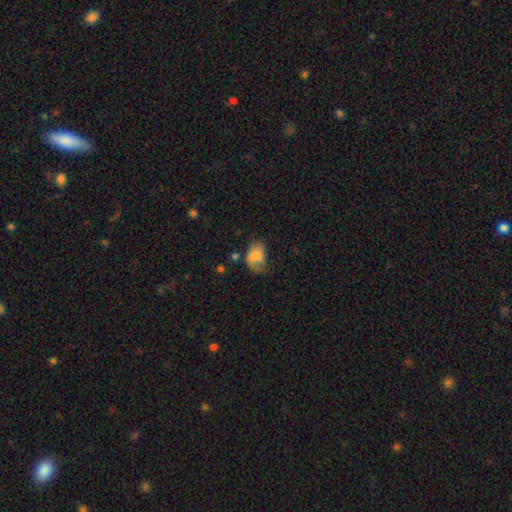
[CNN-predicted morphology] Smooth or featured?
  - smooth: 69% *
  - featured or disk: 22%
  - star or artifact: 9%
How rounded?
  - in between: 79% *
  - round: 20%
  - cigar-shaped: 1%
Merging?
  - minor disturbance: 35% *
  - none: 30%
  - major disturbance: 29%
  - merger: 5%